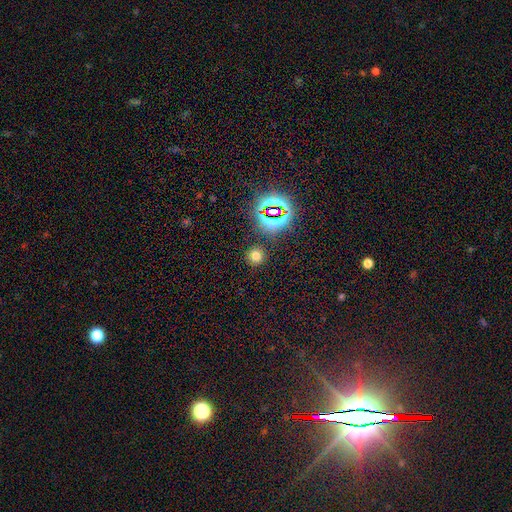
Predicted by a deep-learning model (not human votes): A smooth galaxy with no disk features (68%) that is round (92%). Merging: none (88%).